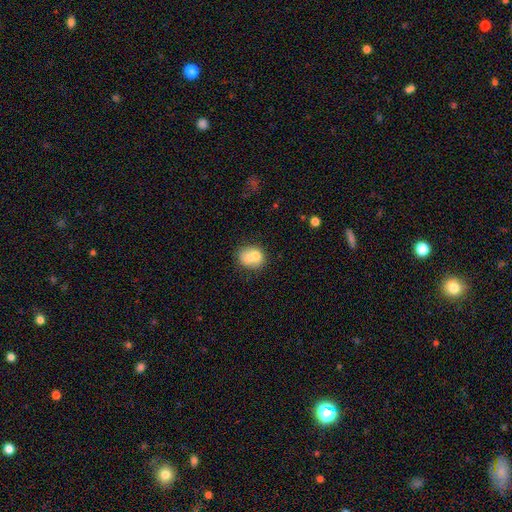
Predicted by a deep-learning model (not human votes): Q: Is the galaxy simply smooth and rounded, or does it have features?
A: smooth — 72%.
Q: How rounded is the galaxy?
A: round — 56%.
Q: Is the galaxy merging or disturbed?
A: none — 53%.